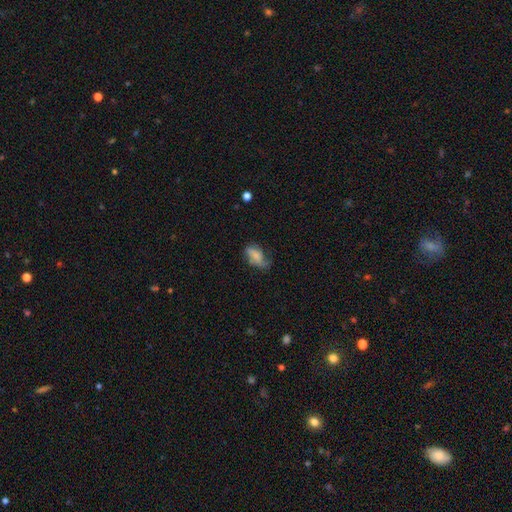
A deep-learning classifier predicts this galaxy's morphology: The model was most divided on "merging": none: 39%, minor disturbance: 32%, major disturbance: 26%, merger: 3%. More confident: how rounded — in between (88%); smooth or featured — smooth (58%).